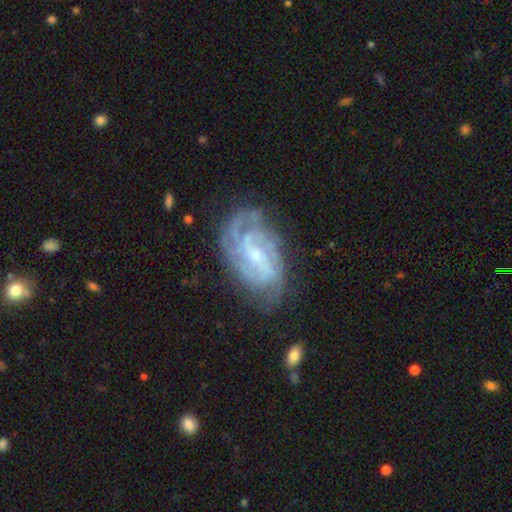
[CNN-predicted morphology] featured or disk 85%, smooth 9%, star or artifact 6%. Down the decision tree: edge-on disk — no (97%); bar — weak (46%); spiral arms — yes (95%); spiral arm count — can't tell (30%); spiral winding — tight (57%); bulge size — small (72%); merging — none (69%).